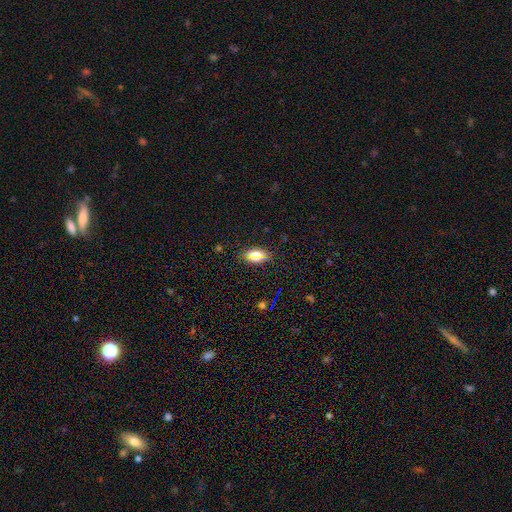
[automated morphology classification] Smooth or featured: smooth — 65% (star or artifact — 19%)
How rounded: in between — 83% (cigar-shaped — 9%)
Merging: none — 85% (minor disturbance — 10%)